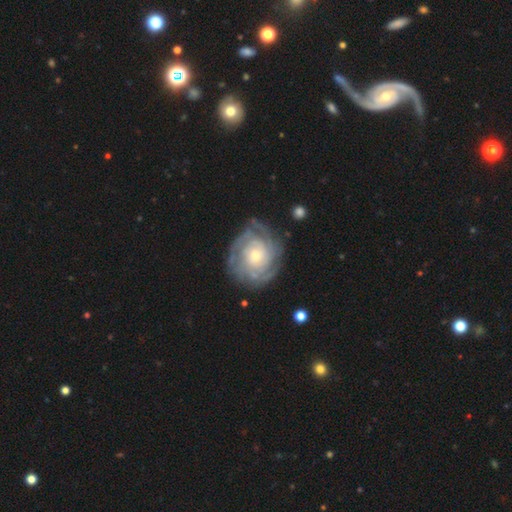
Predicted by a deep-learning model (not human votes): smooth_or_featured: featured or disk (p=0.84) [alt: smooth p=0.10]
disk_edge_on: no (p=0.97) [alt: yes p=0.03]
bar: no (p=0.78) [alt: weak p=0.18]
has_spiral_arms: yes (p=0.94) [alt: no p=0.06]
spiral_winding: tight (p=0.74) [alt: medium p=0.21]
spiral_arm_count: can't tell (p=0.39) [alt: 3 p=0.17]
bulge_size: moderate (p=0.48) [alt: small p=0.43]
merging: none (p=0.76) [alt: minor disturbance p=0.16]